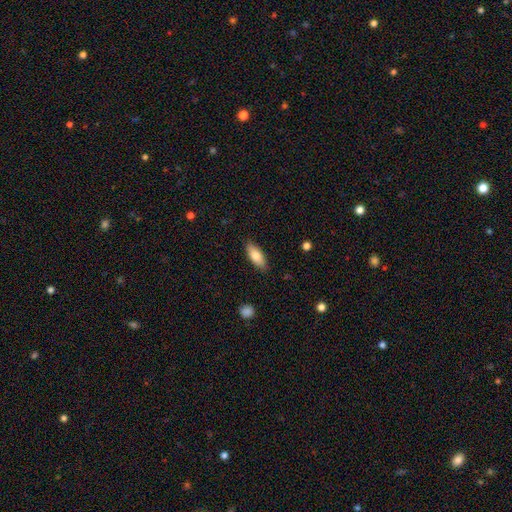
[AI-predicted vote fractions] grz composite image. It shows a smooth galaxy with no disk features (78%) that is in between round and cigar-shaped (74%). Merging: none (87%).